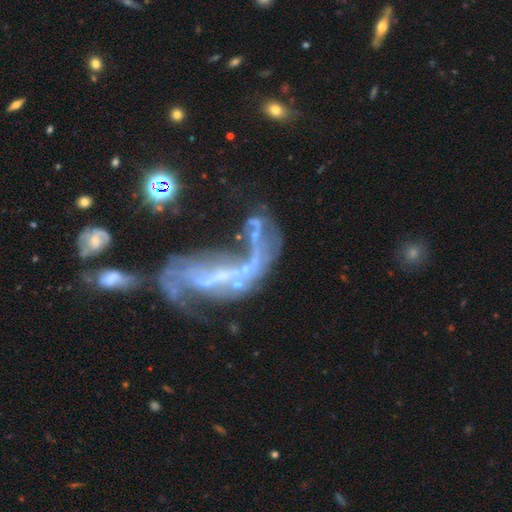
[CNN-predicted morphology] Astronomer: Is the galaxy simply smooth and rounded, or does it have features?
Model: featured or disk — 73%.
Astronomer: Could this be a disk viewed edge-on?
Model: no — 92%.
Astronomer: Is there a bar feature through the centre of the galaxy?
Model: no — 40% (runner-up: strong, 32%).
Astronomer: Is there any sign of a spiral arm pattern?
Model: yes — 57% (runner-up: no, 43%).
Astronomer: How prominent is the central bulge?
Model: none — 49% (runner-up: small, 33%).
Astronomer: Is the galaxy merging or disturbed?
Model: major disturbance — 40% (runner-up: merger, 32%).